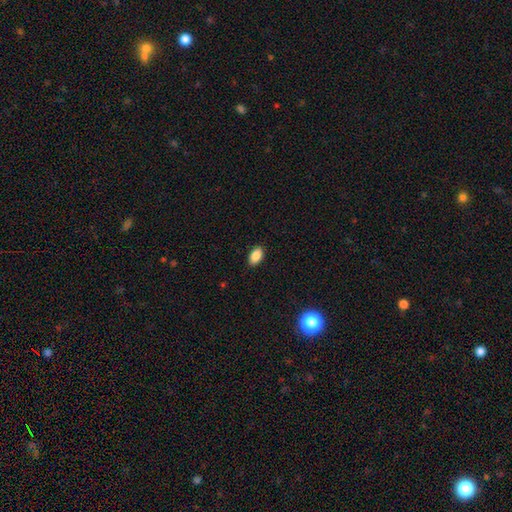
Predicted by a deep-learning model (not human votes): A smooth galaxy with no disk features (88%) that is in between round and cigar-shaped (93%).

Vote fractions:
- Smooth or featured? smooth: 88% / star or artifact: 8% / featured or disk: 4%
- How rounded? in between: 93% / round: 5% / cigar-shaped: 2%
- Merging? none: 89% / minor disturbance: 8% / major disturbance: 2% / merger: 1%